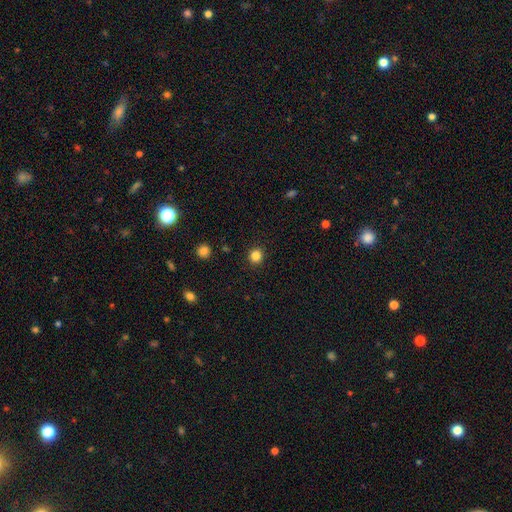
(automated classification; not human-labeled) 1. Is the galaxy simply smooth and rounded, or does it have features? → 84% smooth, 12% star or artifact, 4% featured or disk.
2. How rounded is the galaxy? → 89% round, 10% in between, 1% cigar-shaped.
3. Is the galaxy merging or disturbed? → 91% none, 6% minor disturbance, 2% major disturbance, 1% merger.